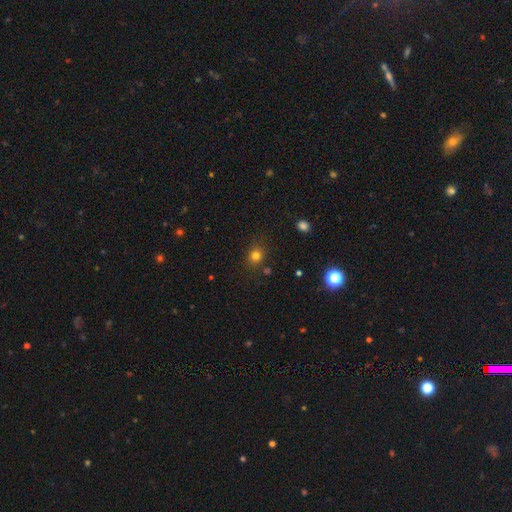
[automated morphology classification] Smooth or featured? smooth (76%)
How rounded? round (76%)
Merging? none (83%)